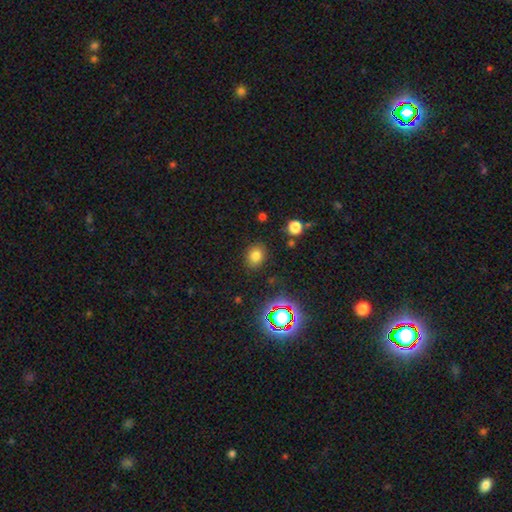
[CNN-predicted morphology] Smooth or featured? Predicted: smooth (p=0.76). How rounded? Predicted: round (p=0.54). Merging? Predicted: none (p=0.83).